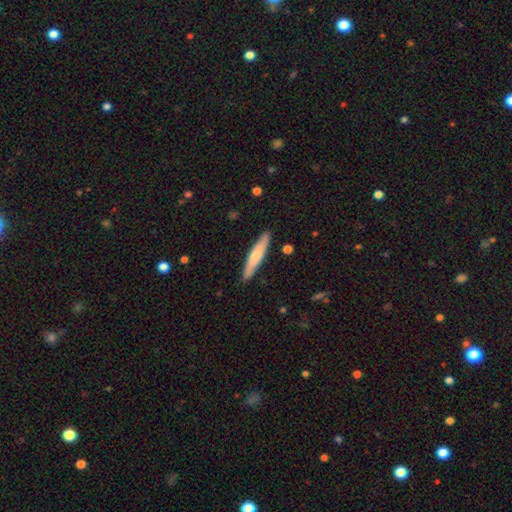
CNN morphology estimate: smooth-or-featured: smooth: 62% | featured or disk: 33% | star or artifact: 5%
  how-rounded: cigar-shaped: 89% | in between: 10% | round: 1%
  merging: none: 89% | minor disturbance: 9% | major disturbance: 2% | merger: 1%